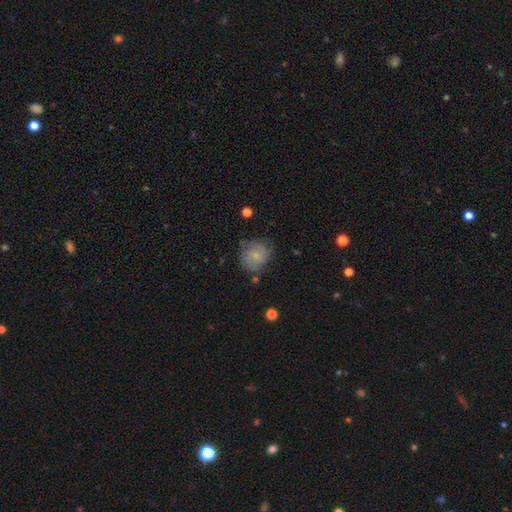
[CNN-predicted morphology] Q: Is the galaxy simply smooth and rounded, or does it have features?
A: smooth — 55%.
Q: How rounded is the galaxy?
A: round — 73%.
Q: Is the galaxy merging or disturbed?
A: none — 59%.